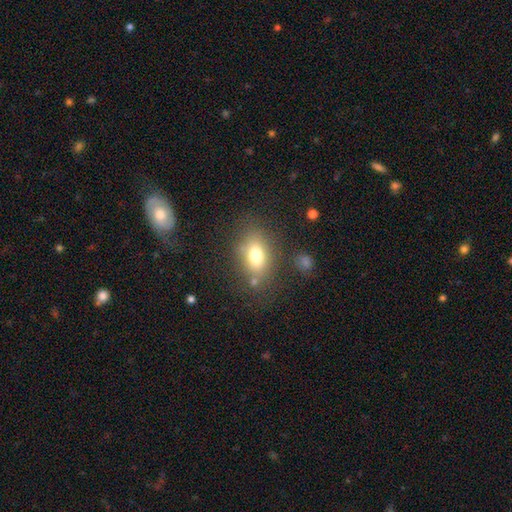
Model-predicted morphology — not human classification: Smooth or featured? Predicted: smooth (p=0.74). How rounded? Predicted: in between (p=0.79). Merging? Predicted: none (p=0.70).